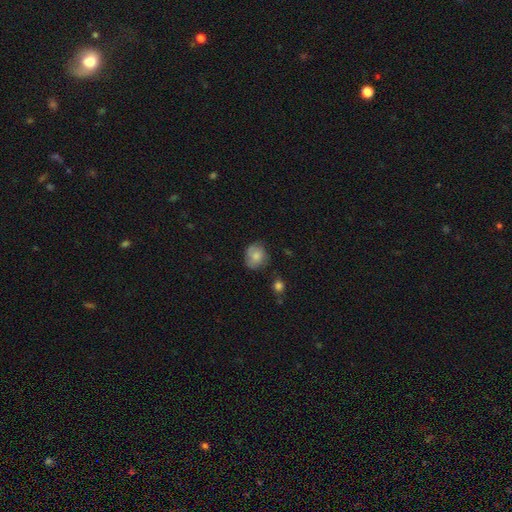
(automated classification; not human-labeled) This is likely a smooth galaxy (72%). How rounded: likely round (71%). Merging: likely none (62%).